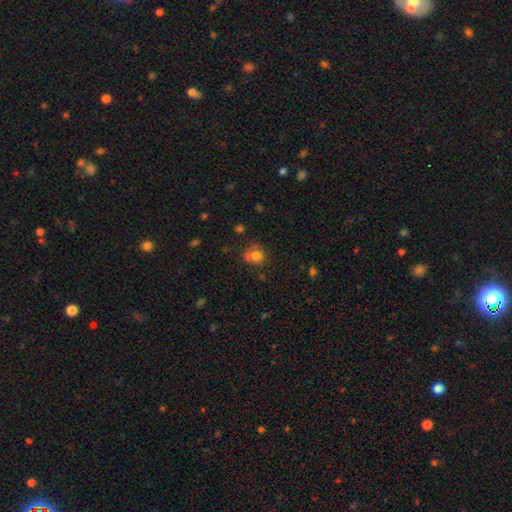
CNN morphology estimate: This appears to be a smooth galaxy with no disk features (76%) that is round (81%). Merging: none (55%).